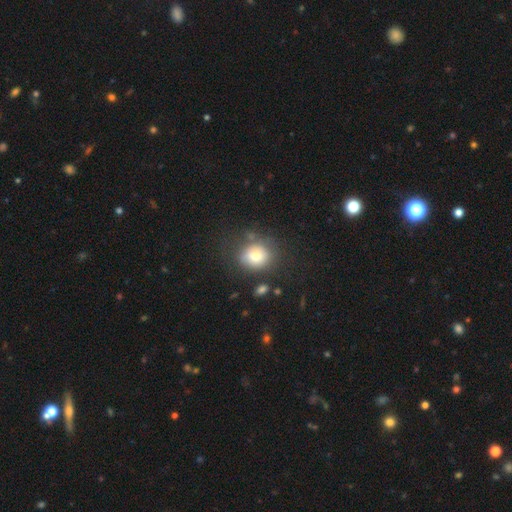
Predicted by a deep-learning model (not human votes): The model was most divided on "how rounded": round: 74%, in between: 25%, cigar-shaped: 1%. More confident: smooth or featured — smooth (76%); merging — none (71%).